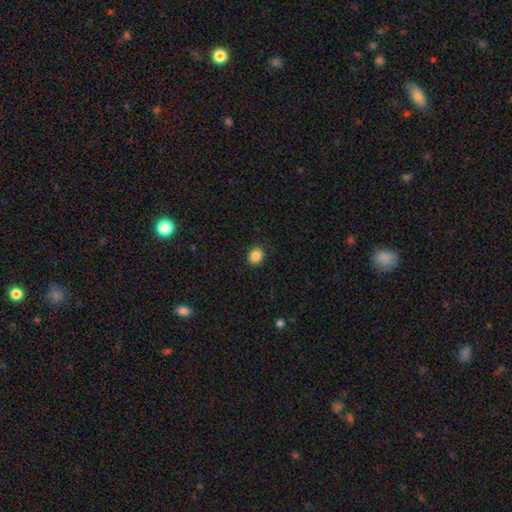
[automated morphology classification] Smooth or featured? Predicted: smooth (p=0.87). How rounded? Predicted: round (p=0.67). Merging? Predicted: none (p=0.89).